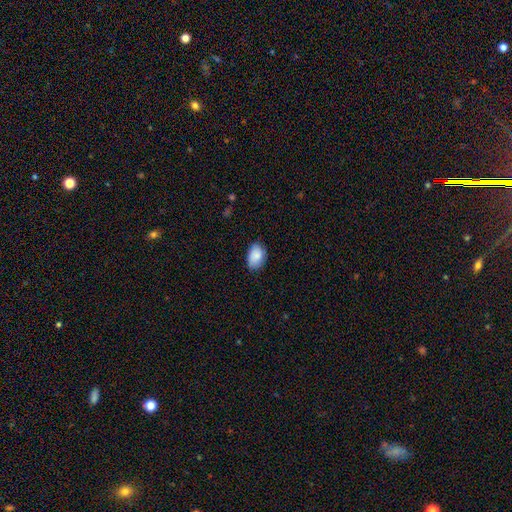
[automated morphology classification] Overall: smooth (87%). How rounded: in between (85%). Merging: none (76%).